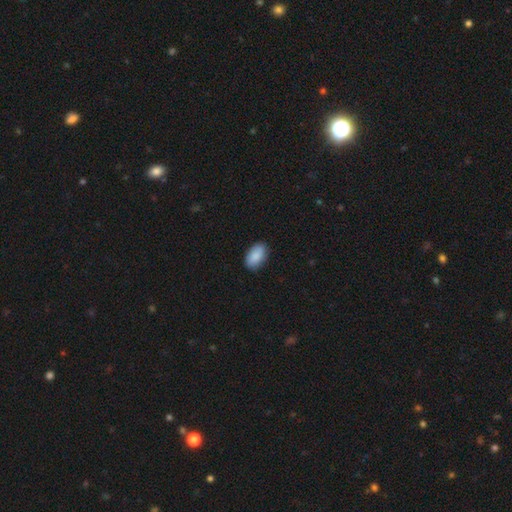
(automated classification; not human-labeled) Smooth or featured: smooth — 90% (star or artifact — 6%)
How rounded: in between — 94% (round — 5%)
Merging: none — 87% (minor disturbance — 10%)